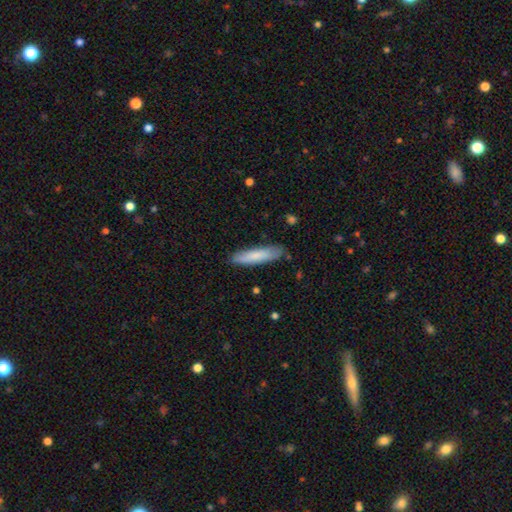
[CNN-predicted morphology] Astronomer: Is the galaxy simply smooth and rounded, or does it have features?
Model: smooth — 79%.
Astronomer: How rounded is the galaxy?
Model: cigar-shaped — 82%.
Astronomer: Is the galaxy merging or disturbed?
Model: none — 85%.